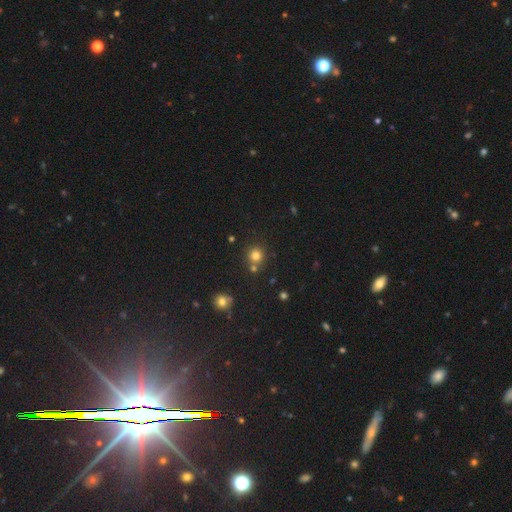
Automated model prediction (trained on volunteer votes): Q: Smooth or featured?
A: smooth (78%); runner-up: star or artifact (15%)
Q: How rounded?
A: round (92%); runner-up: in between (7%)
Q: Merging?
A: none (74%); runner-up: merger (15%)